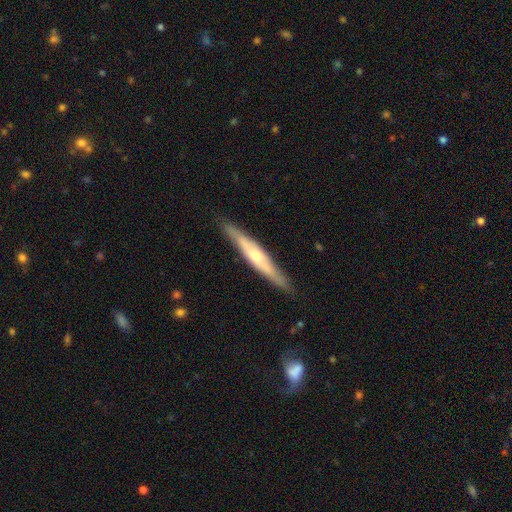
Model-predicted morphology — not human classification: Smooth or featured? Predicted: featured or disk (p=0.66). Edge-on disk? Predicted: yes (p=0.88). Edge-on bulge? Predicted: rounded (p=0.76). Merging? Predicted: none (p=0.85).